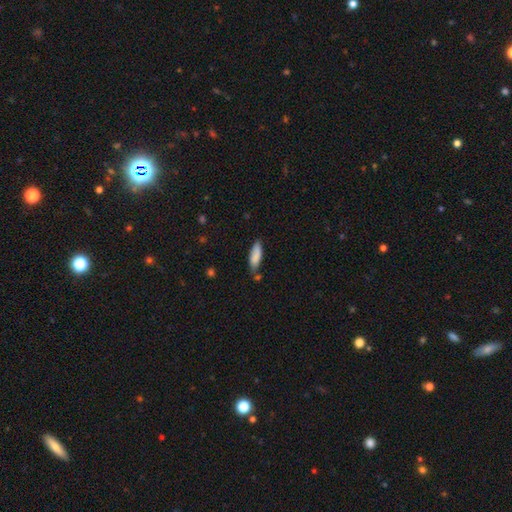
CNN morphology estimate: The model was most divided on "how rounded": in between: 52%, cigar-shaped: 46%, round: 2%. More confident: smooth or featured — smooth (85%); merging — none (68%).